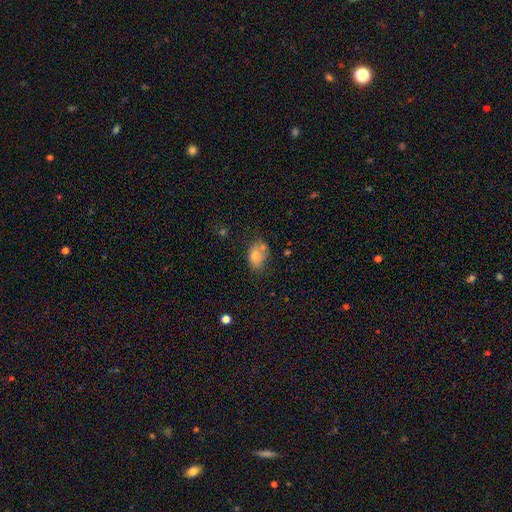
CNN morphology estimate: A smooth galaxy with no disk features (76%) that is in between round and cigar-shaped (82%).

Vote fractions:
- Smooth or featured? smooth: 76% / featured or disk: 13% / star or artifact: 11%
- How rounded? in between: 82% / round: 16% / cigar-shaped: 2%
- Merging? none: 55% / minor disturbance: 22% / merger: 16% / major disturbance: 7%